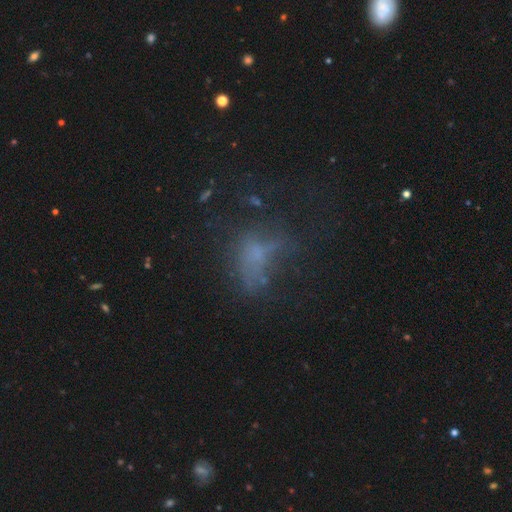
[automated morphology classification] Smooth or featured: smooth — 39% (featured or disk — 32%)
Merging: none — 38% (tied with major disturbance — 38%)